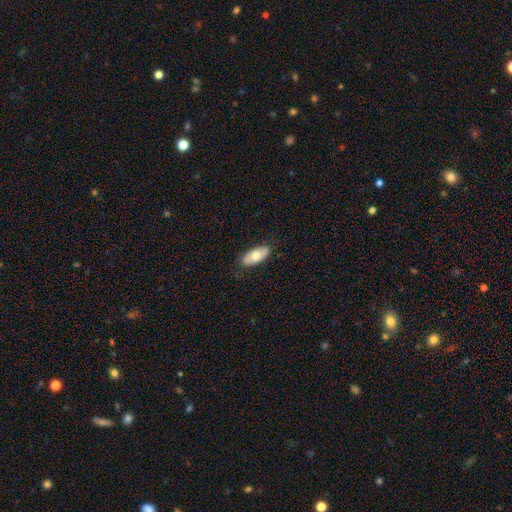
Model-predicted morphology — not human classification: The model was most divided on "smooth or featured": smooth: 66%, featured or disk: 28%, star or artifact: 6%. More confident: how rounded — in between (85%); merging — none (83%).